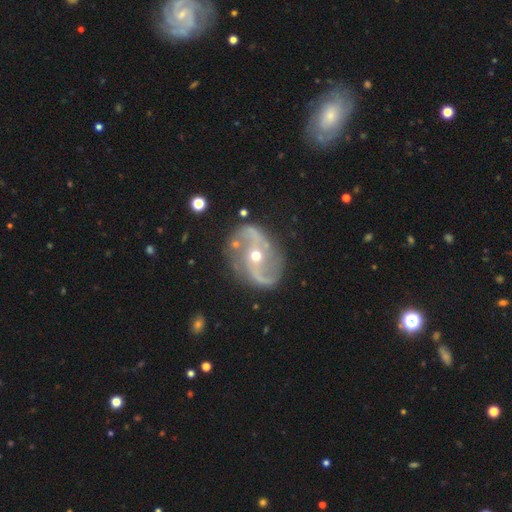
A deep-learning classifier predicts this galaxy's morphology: This is clearly a featured or disk galaxy (89%). It is clearly not viewed edge-on (97%). Bar: marginally no (43%). Spiral arm pattern: clearly yes (96%). Spiral arm count: clearly 2 (92%). Spiral winding: possibly loose (48%). Central bulge: possibly moderate (55%). Merging: likely none (79%).